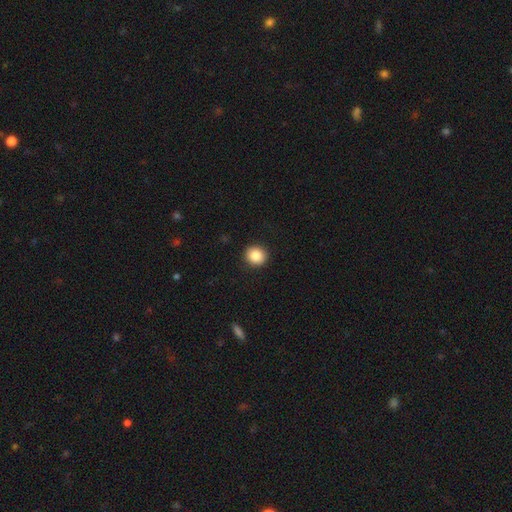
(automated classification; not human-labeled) Smooth or featured? smooth (86%)
How rounded? round (88%)
Merging? none (92%)